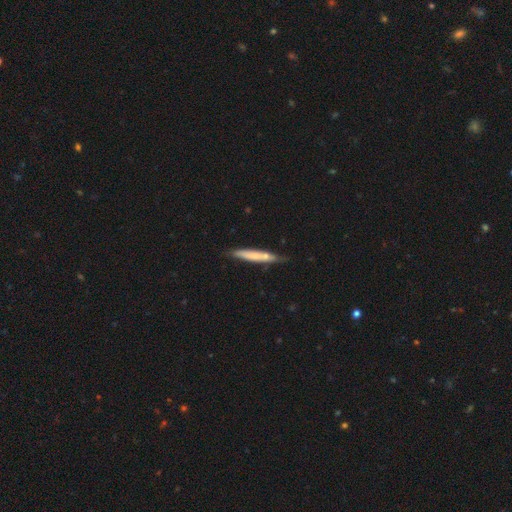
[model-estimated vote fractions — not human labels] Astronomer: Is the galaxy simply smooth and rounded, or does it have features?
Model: smooth — 60%.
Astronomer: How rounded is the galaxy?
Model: cigar-shaped — 94%.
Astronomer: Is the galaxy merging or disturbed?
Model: none — 74%.